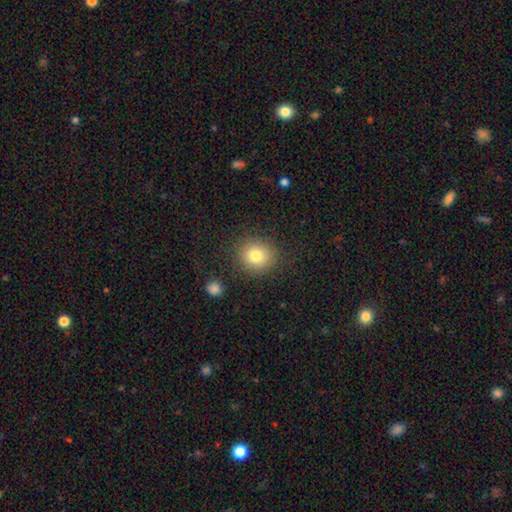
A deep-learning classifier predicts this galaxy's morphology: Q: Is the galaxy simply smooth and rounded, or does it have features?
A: smooth — 79%.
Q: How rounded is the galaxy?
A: round — 81%.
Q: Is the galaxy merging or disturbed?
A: none — 86%.